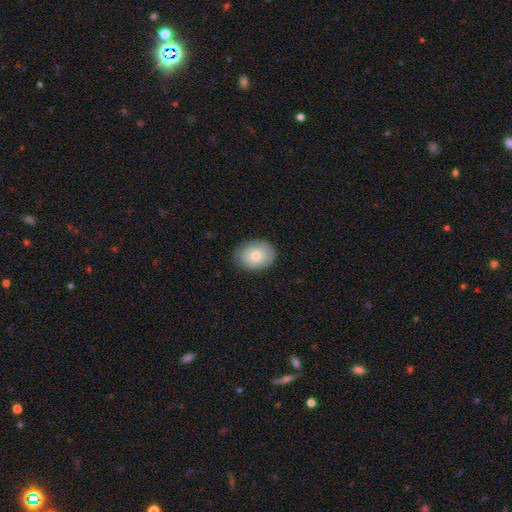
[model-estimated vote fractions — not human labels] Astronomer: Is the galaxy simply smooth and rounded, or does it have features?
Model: smooth — 71%.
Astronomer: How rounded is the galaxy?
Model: in between — 62% (runner-up: round, 38%).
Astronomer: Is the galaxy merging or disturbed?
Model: none — 80%.